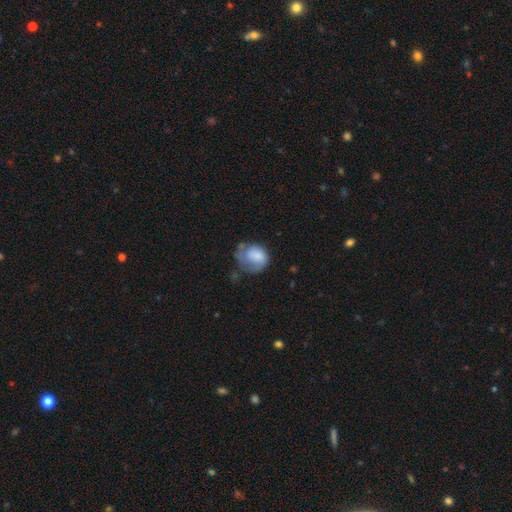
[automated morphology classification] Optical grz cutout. It shows a smooth galaxy with no disk features (64%) that is round (57%). Merging: none (33%).